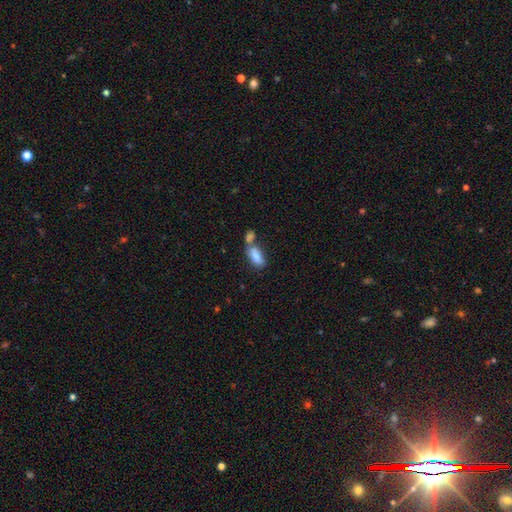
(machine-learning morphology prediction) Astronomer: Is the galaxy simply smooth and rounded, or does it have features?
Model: smooth — 82%.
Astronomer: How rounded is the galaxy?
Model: in between — 83%.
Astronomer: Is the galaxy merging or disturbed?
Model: merger — 50% (runner-up: none, 33%).